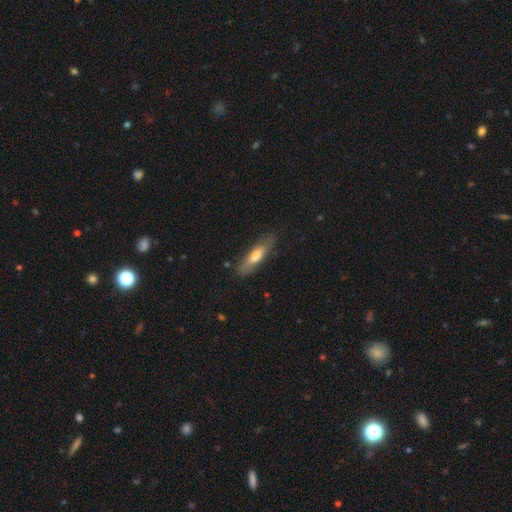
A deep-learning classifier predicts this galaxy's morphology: A smooth galaxy with no disk features (63%) that is cigar-shaped (62%).

Vote fractions:
- Smooth or featured? smooth: 63% / featured or disk: 31% / star or artifact: 6%
- How rounded? cigar-shaped: 62% / in between: 37% / round: 2%
- Merging? none: 80% / minor disturbance: 14% / major disturbance: 4% / merger: 2%